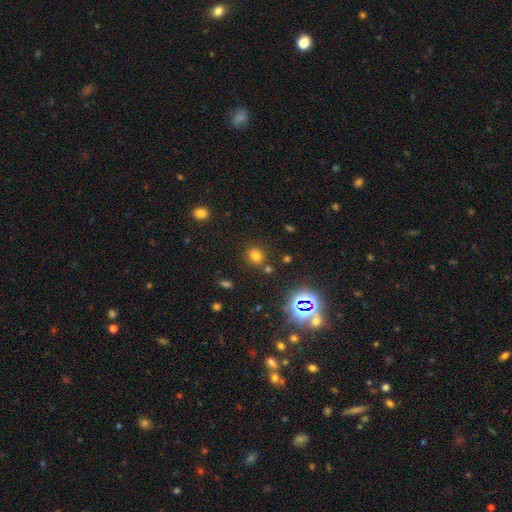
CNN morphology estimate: Smooth or featured: smooth — 70% (star or artifact — 23%)
How rounded: round — 83% (in between — 16%)
Merging: none — 82% (minor disturbance — 8%)